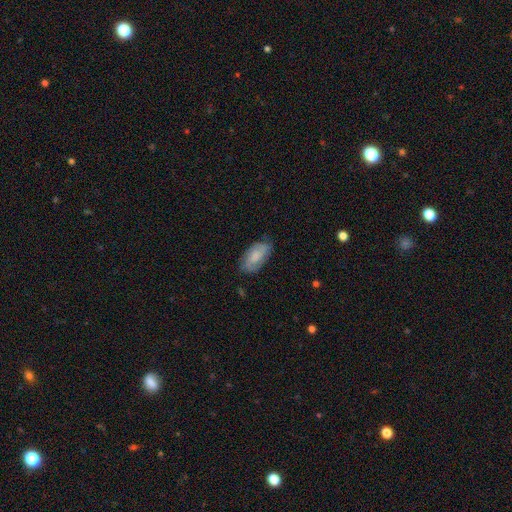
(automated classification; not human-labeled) Morphology: type=smooth (54%); roundness=in between (92%); merging=none (74%).